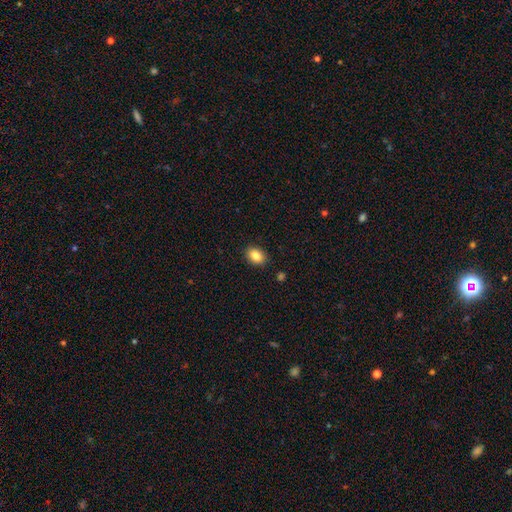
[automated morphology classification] type=smooth (85%); roundness=in between (73%); merging=none (89%).